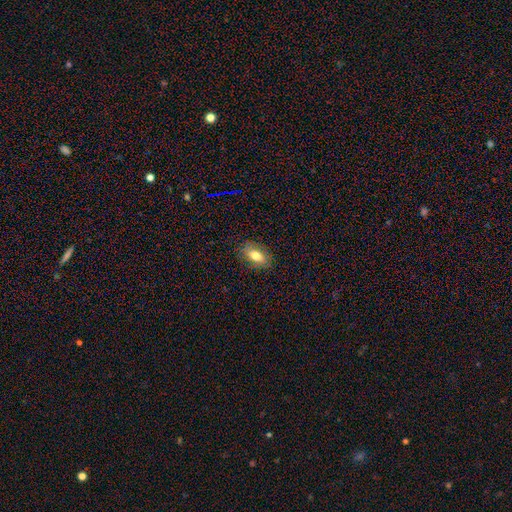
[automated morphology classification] Smooth or featured: smooth — 77% (featured or disk — 15%)
How rounded: in between — 87% (round — 8%)
Merging: none — 86% (minor disturbance — 11%)